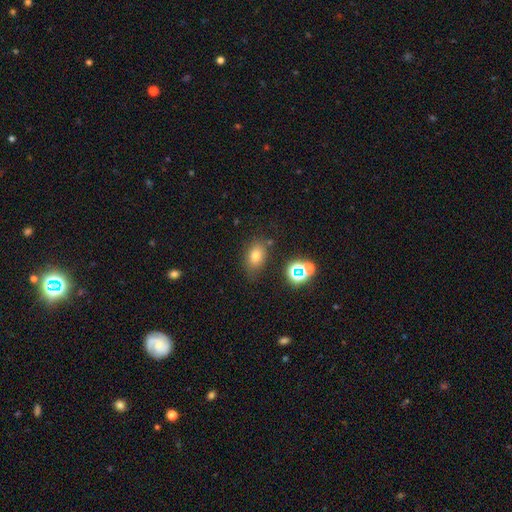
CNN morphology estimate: The model was most divided on "smooth or featured": smooth: 71%, star or artifact: 17%, featured or disk: 12%. More confident: how rounded — in between (76%); merging — none (71%).